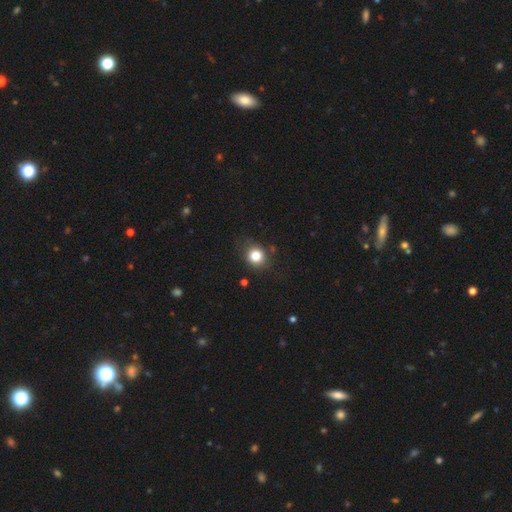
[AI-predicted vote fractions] A smooth galaxy with no disk features (81%) that is round (77%). Merging: none (81%).